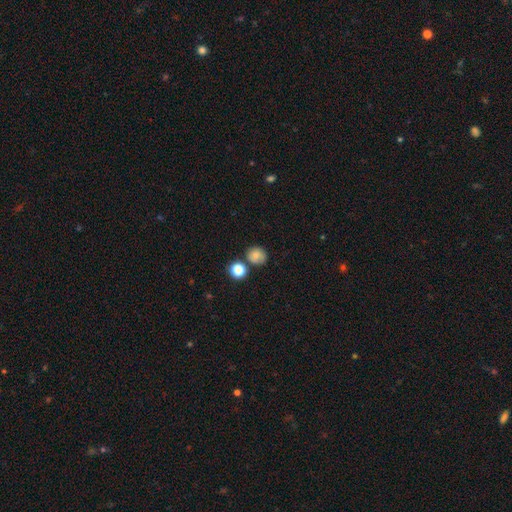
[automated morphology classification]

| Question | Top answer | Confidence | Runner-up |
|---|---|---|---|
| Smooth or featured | smooth | 77% | star or artifact (12%) |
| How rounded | round | 83% | in between (16%) |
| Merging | none | 69% | minor disturbance (15%) |